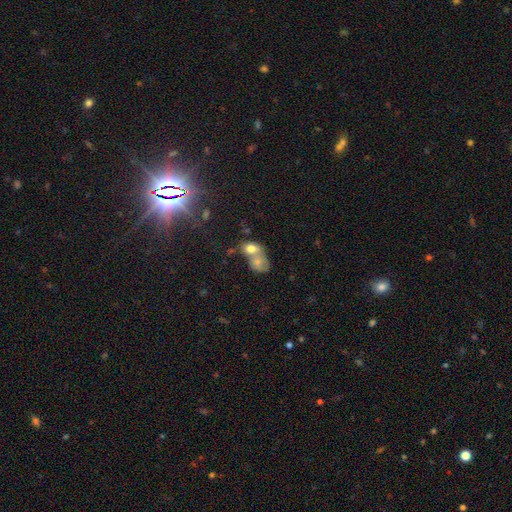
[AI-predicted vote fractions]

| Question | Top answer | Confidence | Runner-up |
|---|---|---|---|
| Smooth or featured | smooth | 45% | featured or disk (30%) |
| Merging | merger | 66% | none (19%) |